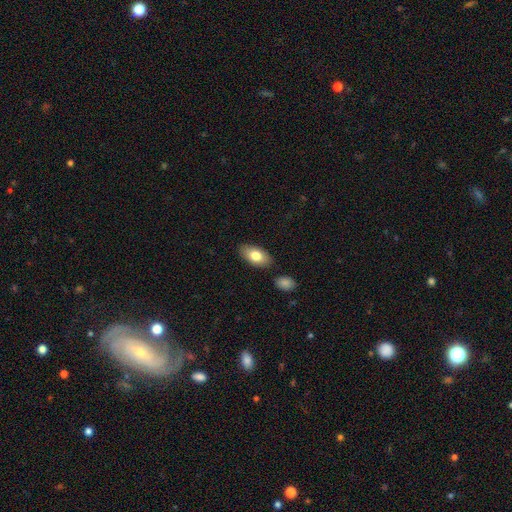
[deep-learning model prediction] This appears to be a smooth galaxy with no disk features (77%) that is in between round and cigar-shaped (93%). Merging: none (84%).